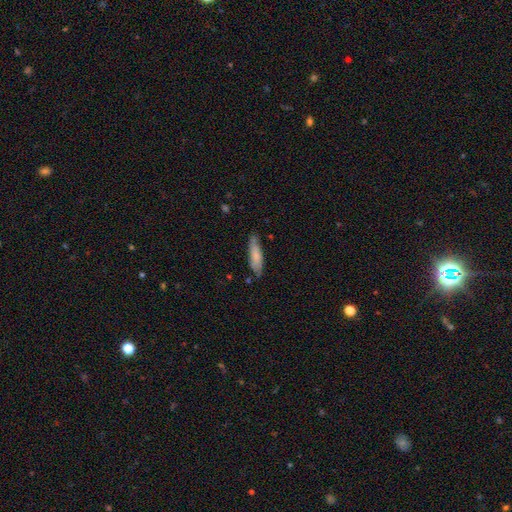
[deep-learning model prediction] This is likely a smooth galaxy (73%). How rounded: possibly cigar-shaped (60%). Merging: likely none (75%).